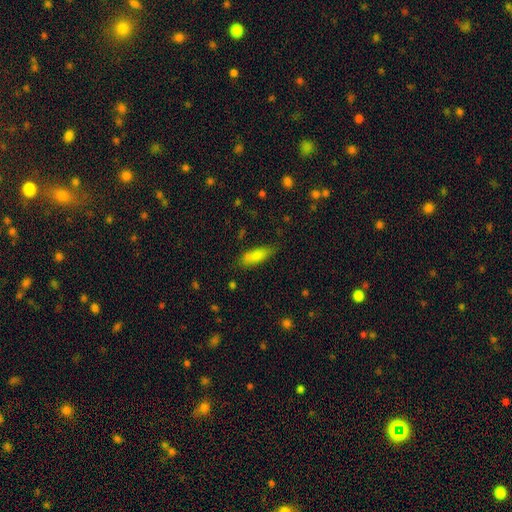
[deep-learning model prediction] A smooth galaxy with no disk features (81%) that is in between round and cigar-shaped (58%).

Vote fractions:
- Smooth or featured? smooth: 81% / featured or disk: 11% / star or artifact: 8%
- How rounded? in between: 58% / cigar-shaped: 39% / round: 2%
- Merging? none: 68% / minor disturbance: 22% / major disturbance: 6% / merger: 5%